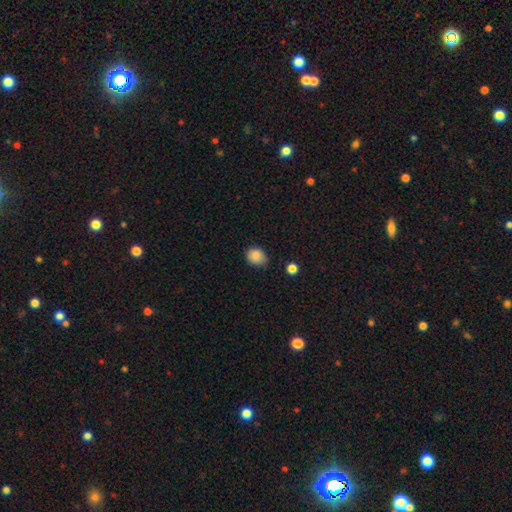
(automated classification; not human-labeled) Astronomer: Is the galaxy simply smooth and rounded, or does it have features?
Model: smooth — 86%.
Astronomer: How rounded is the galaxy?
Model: round — 57% (runner-up: in between, 42%).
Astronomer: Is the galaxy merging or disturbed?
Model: none — 75%.